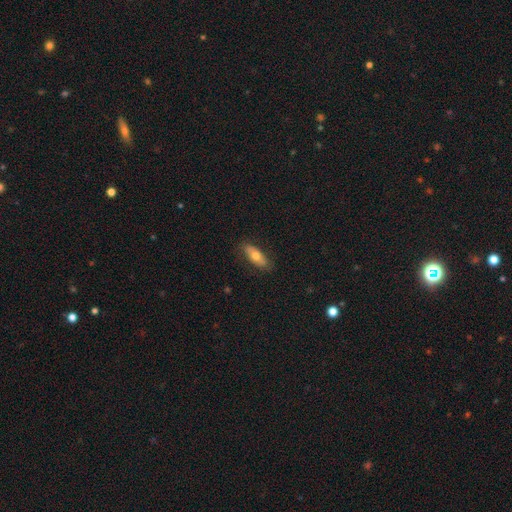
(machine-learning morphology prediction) Smooth or featured? smooth (64%)
How rounded? in between (73%)
Merging? none (83%)